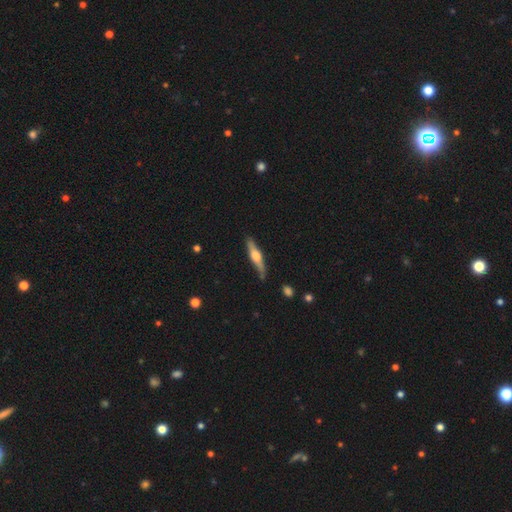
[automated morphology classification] Q: Smooth or featured?
A: featured or disk (63%); runner-up: smooth (32%)
Q: Edge-on disk?
A: yes (95%); runner-up: no (5%)
Q: Edge-on bulge?
A: rounded (89%); runner-up: boxy (8%)
Q: Merging?
A: none (83%); runner-up: minor disturbance (13%)